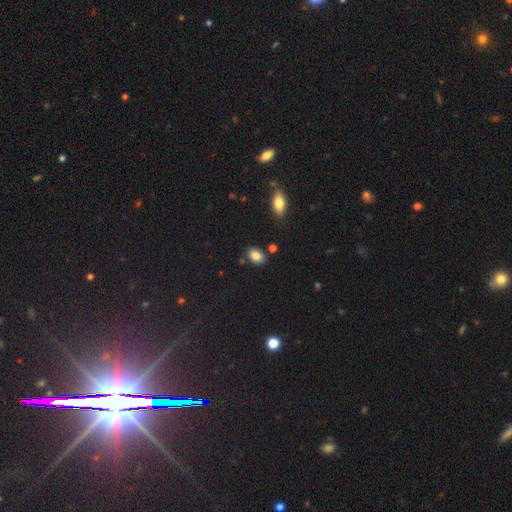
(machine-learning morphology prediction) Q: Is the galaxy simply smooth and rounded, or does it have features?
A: smooth — 84%.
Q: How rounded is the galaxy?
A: in between — 72%.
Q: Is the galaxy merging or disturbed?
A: none — 81%.